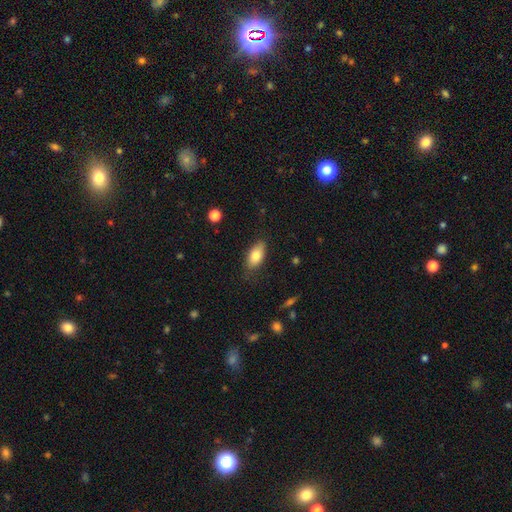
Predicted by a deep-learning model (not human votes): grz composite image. It shows a smooth galaxy with no disk features (80%) that is in between round and cigar-shaped (89%). Merging: none (77%).